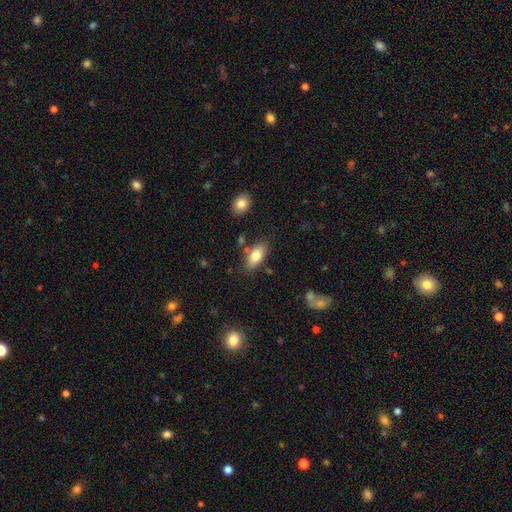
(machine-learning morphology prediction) This is clearly a smooth galaxy (81%). How rounded: clearly in between (90%). Merging: likely none (78%).